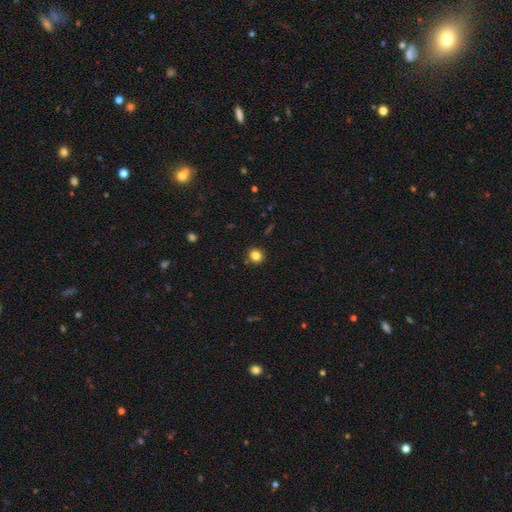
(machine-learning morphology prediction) A smooth galaxy with no disk features (82%) that is round (88%).

Vote fractions:
- Smooth or featured? smooth: 82% / star or artifact: 12% / featured or disk: 6%
- How rounded? round: 88% / in between: 11% / cigar-shaped: 1%
- Merging? none: 88% / minor disturbance: 7% / merger: 2% / major disturbance: 2%